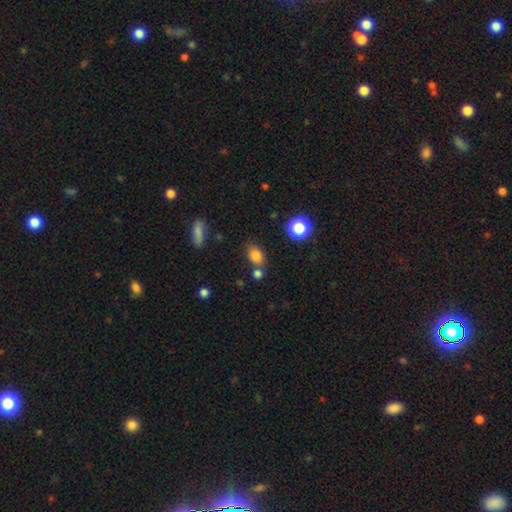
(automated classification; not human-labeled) Smooth or featured?
  - smooth: 81% *
  - star or artifact: 12%
  - featured or disk: 6%
How rounded?
  - in between: 72% *
  - round: 26%
  - cigar-shaped: 2%
Merging?
  - none: 65% *
  - merger: 17%
  - minor disturbance: 14%
  - major disturbance: 4%